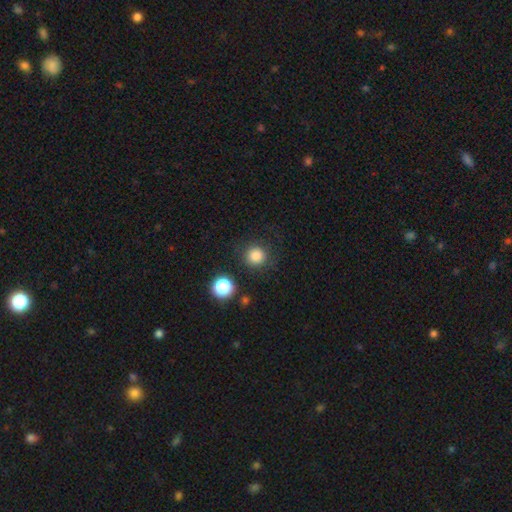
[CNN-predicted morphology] type=smooth (83%); roundness=round (93%); merging=none (85%).